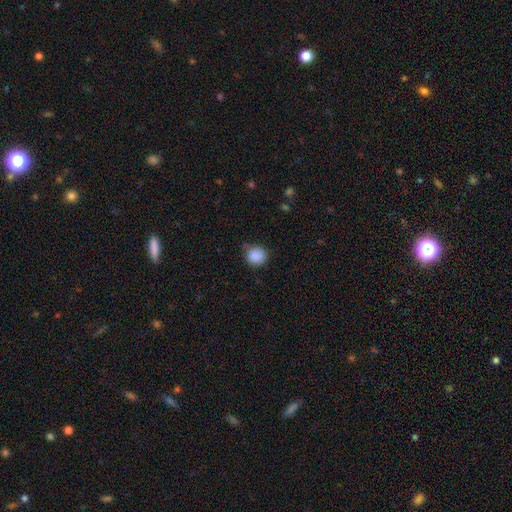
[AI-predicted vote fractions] A smooth galaxy with no disk features (88%) that is round (86%).

Vote fractions:
- Smooth or featured? smooth: 88% / star or artifact: 9% / featured or disk: 3%
- How rounded? round: 86% / in between: 13% / cigar-shaped: 1%
- Merging? none: 70% / minor disturbance: 24% / major disturbance: 5% / merger: 2%